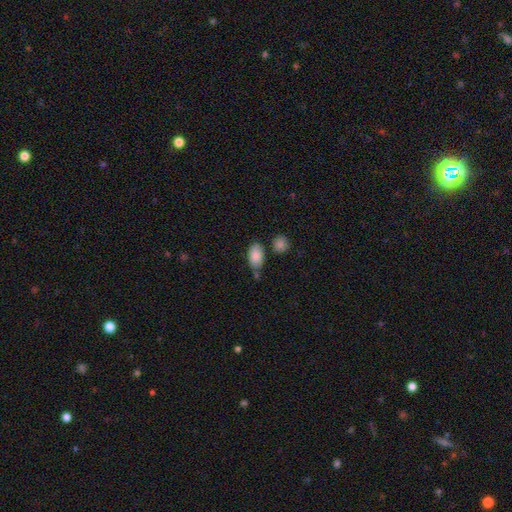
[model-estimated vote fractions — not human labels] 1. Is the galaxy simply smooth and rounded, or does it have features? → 85% smooth, 8% featured or disk, 7% star or artifact.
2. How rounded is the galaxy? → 91% in between, 6% round, 2% cigar-shaped.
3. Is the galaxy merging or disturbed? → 60% none, 21% minor disturbance, 13% merger, 5% major disturbance.